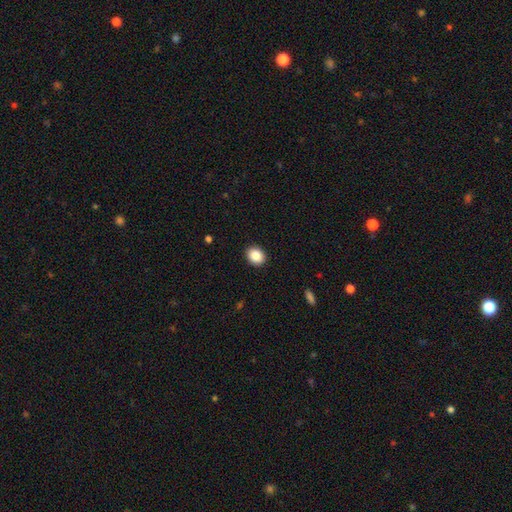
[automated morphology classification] Overall: smooth (88%). How rounded: round (55%; in between 44%). Merging: none (91%).